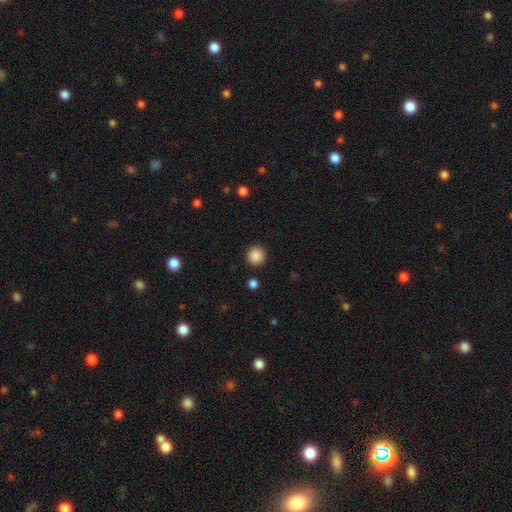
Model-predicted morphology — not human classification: This is clearly a smooth galaxy (88%). How rounded: clearly round (95%). Merging: clearly none (92%).